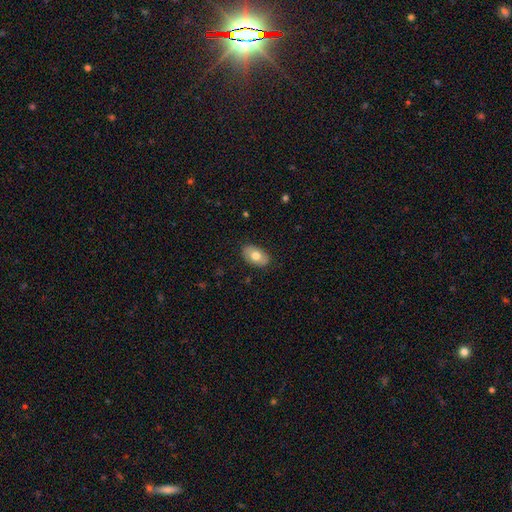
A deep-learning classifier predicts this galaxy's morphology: Smooth or featured: smooth — 72% (featured or disk — 22%)
How rounded: in between — 91% (round — 8%)
Merging: none — 85% (minor disturbance — 11%)